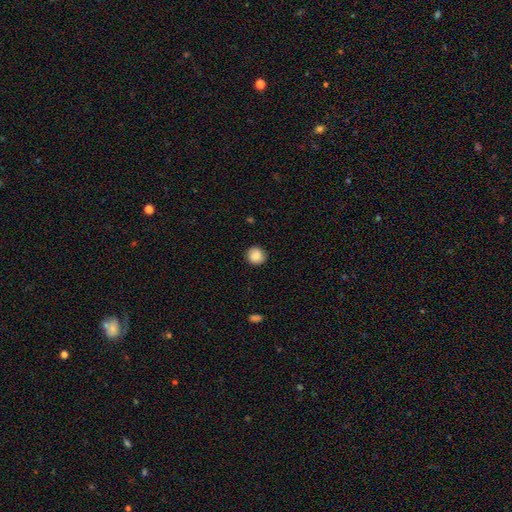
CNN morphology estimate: Smooth or featured: smooth — 87% (star or artifact — 8%)
How rounded: round — 91% (in between — 8%)
Merging: none — 89% (minor disturbance — 8%)